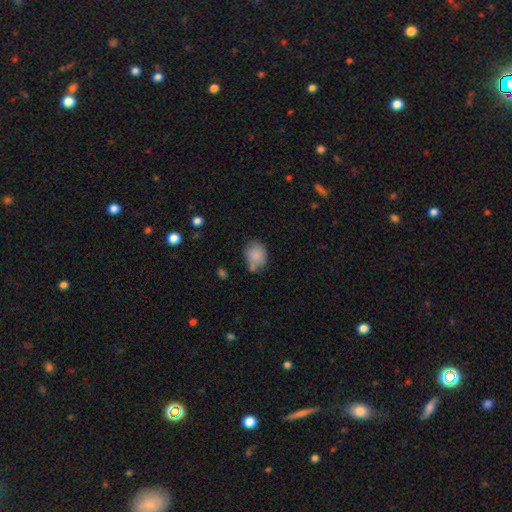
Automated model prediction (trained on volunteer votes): This appears to be a smooth galaxy with no disk features (82%) that is round (55%). Merging: none (53%).